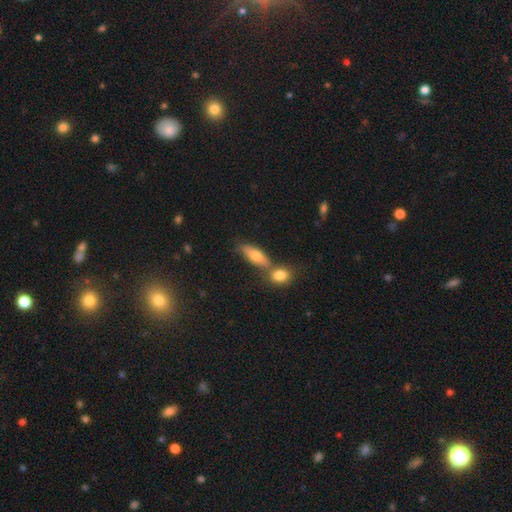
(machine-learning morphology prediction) smooth-or-featured: smooth: 70% | featured or disk: 22% | star or artifact: 8%
  how-rounded: in between: 66% | cigar-shaped: 29% | round: 5%
  merging: none: 46% | merger: 38% | minor disturbance: 11% | major disturbance: 4%